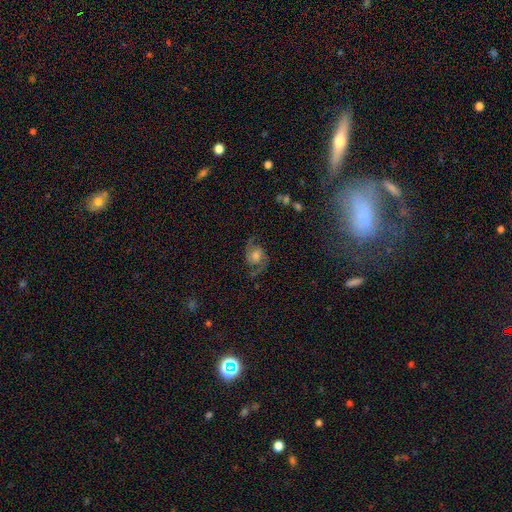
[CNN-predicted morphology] A featured or disk galaxy (79%) with no bar (65%), 2 (92%) medium (51%) spiral arms (96%) and a moderate central bulge (58%).

Vote fractions:
- Smooth or featured? featured or disk: 79% / smooth: 11% / star or artifact: 10%
- Edge-on disk? no: 97% / yes: 3%
- Bar? no: 65% / weak: 30% / strong: 6%
- Spiral arms? yes: 96% / no: 4%
- Spiral winding? medium: 51% / loose: 34% / tight: 15%
- Spiral arm count? 2: 92% / can't tell: 3% / 1: 2% / 3: 1% / 4: 1% / more than 4: 1%
- Bulge size? moderate: 58% / small: 21% / large: 16% / none: 4% / dominant: 2%
- Merging? none: 75% / minor disturbance: 15% / major disturbance: 8% / merger: 2%